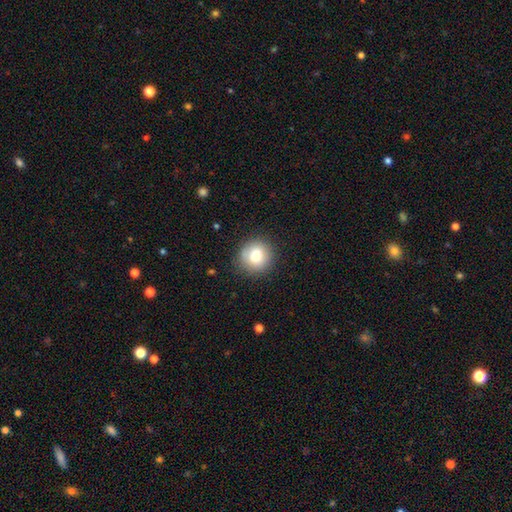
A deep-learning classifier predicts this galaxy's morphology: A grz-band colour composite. It shows a smooth galaxy with no disk features (81%) that is round (89%). Merging: none (85%).